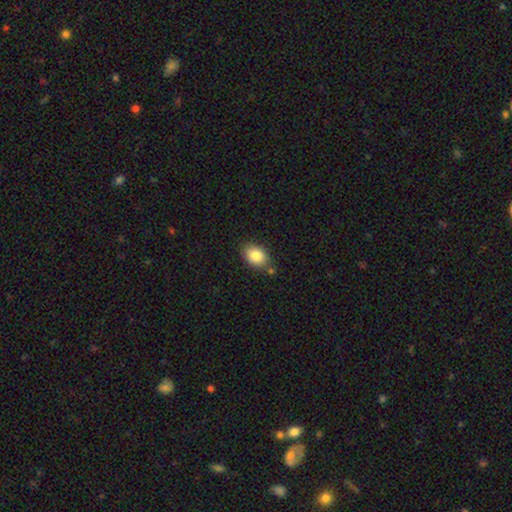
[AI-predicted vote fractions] This is clearly a smooth galaxy (84%). How rounded: likely in between (77%). Merging: likely none (76%).